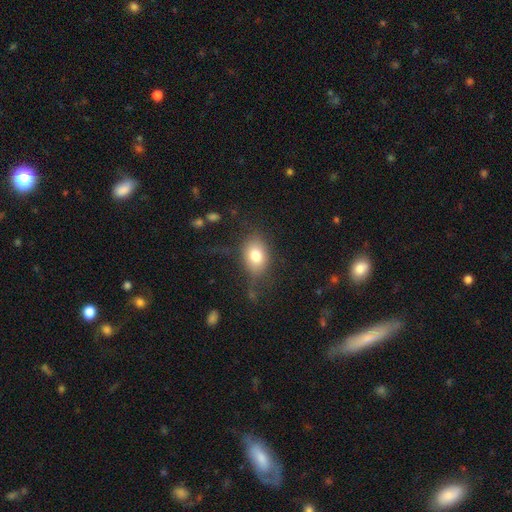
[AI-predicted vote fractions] The model was most divided on "how rounded": in between: 71%, round: 28%, cigar-shaped: 1%. More confident: smooth or featured — smooth (77%); merging — none (64%).